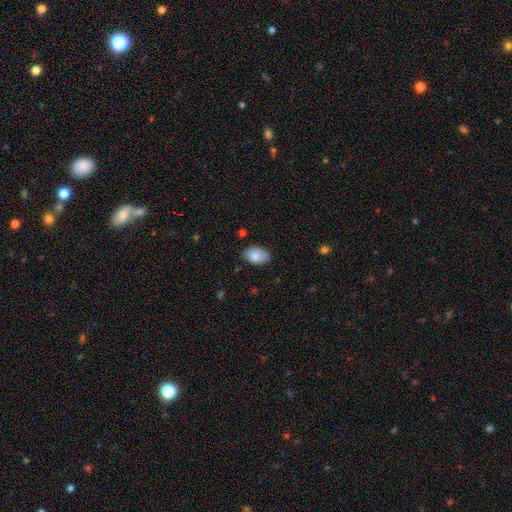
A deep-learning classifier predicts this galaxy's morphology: type=smooth (84%); roundness=in between (89%); merging=none (81%).